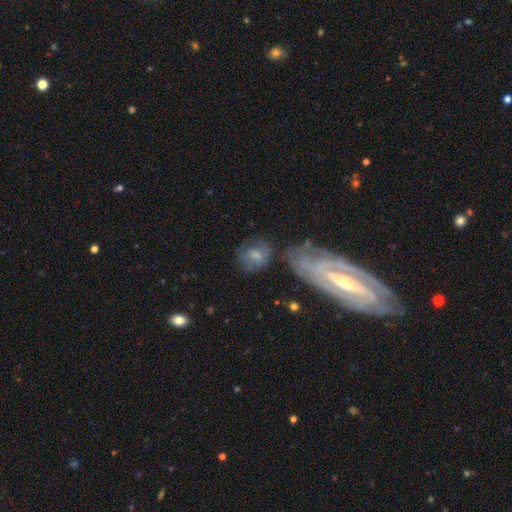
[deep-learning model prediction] This is possibly a smooth galaxy (59%). How rounded: likely round (63%). Merging: possibly none (56%).